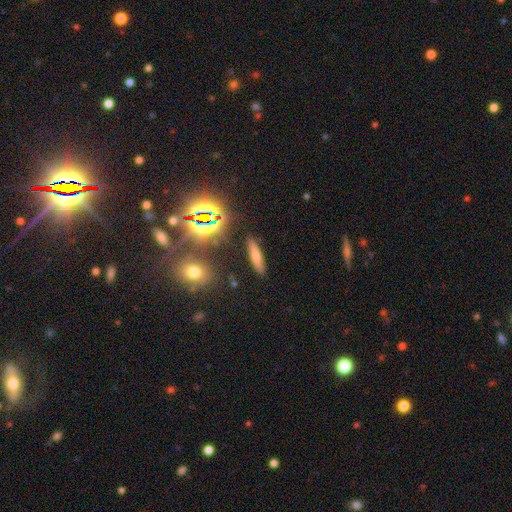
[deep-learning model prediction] smooth 56%, featured or disk 28%, star or artifact 16%. Down the decision tree: how rounded — cigar-shaped (78%); merging — none (88%).